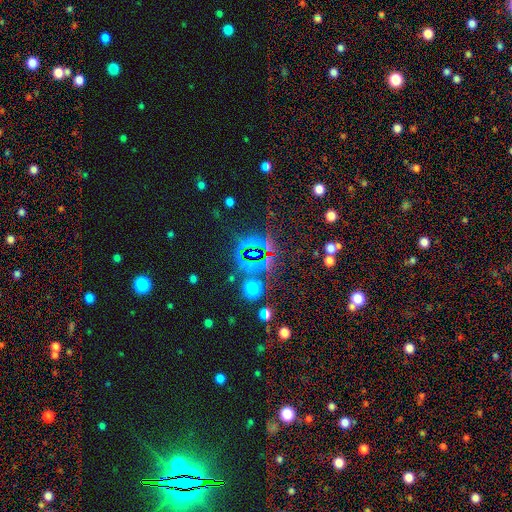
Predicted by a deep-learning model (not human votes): Q: Smooth or featured?
A: star or artifact (77%); runner-up: smooth (14%)